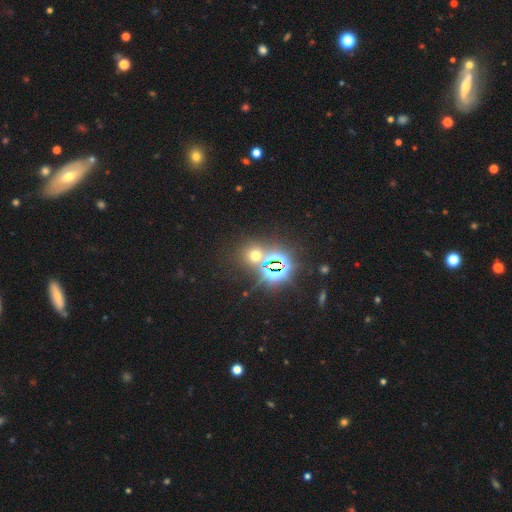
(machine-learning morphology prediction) Smooth or featured?
  - star or artifact: 53% *
  - smooth: 39%
  - featured or disk: 8%